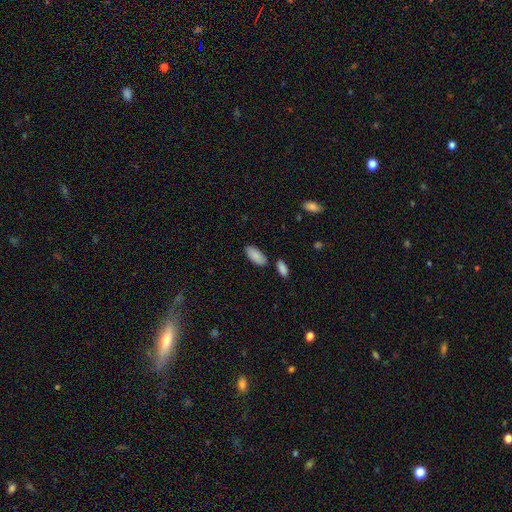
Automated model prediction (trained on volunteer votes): A smooth galaxy with no disk features (88%) that is in between round and cigar-shaped (90%).

Vote fractions:
- Smooth or featured? smooth: 88% / star or artifact: 6% / featured or disk: 6%
- How rounded? in between: 90% / cigar-shaped: 9% / round: 2%
- Merging? none: 77% / minor disturbance: 12% / merger: 8% / major disturbance: 3%